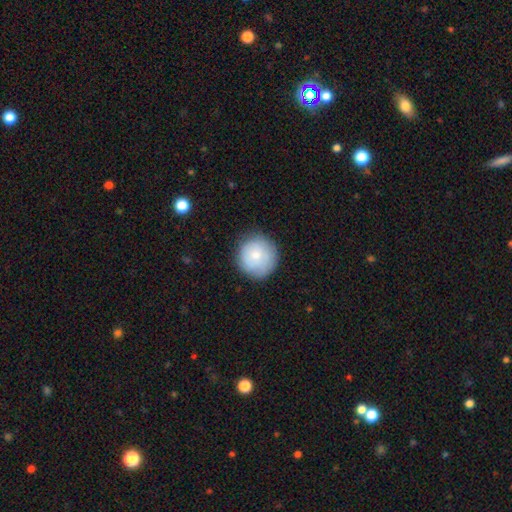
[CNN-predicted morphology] Smooth or featured?
  - smooth: 75% *
  - featured or disk: 18%
  - star or artifact: 7%
How rounded?
  - round: 93% *
  - in between: 6%
  - cigar-shaped: 1%
Merging?
  - none: 82% *
  - minor disturbance: 14%
  - major disturbance: 3%
  - merger: 1%